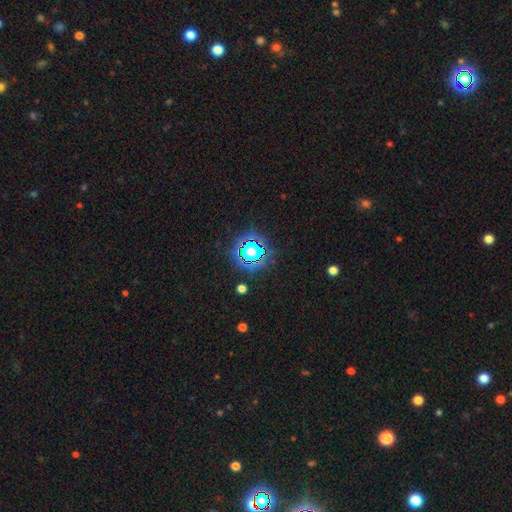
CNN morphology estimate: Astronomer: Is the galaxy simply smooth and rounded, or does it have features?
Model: star or artifact — 66%.